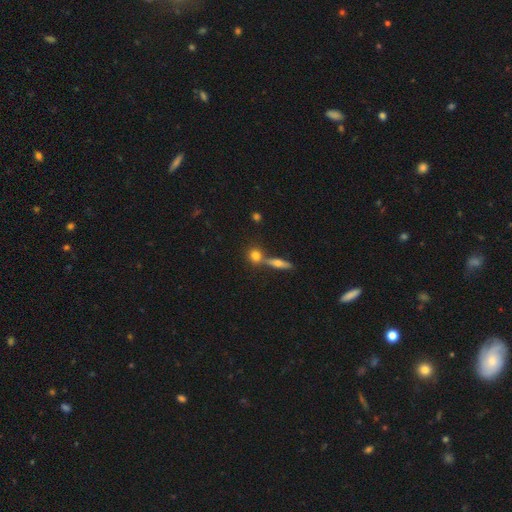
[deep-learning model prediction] smooth_or_featured: smooth (p=0.72) [alt: featured or disk p=0.16]
how_rounded: round (p=0.74) [alt: in between p=0.18]
merging: none (p=0.56) [alt: merger p=0.32]